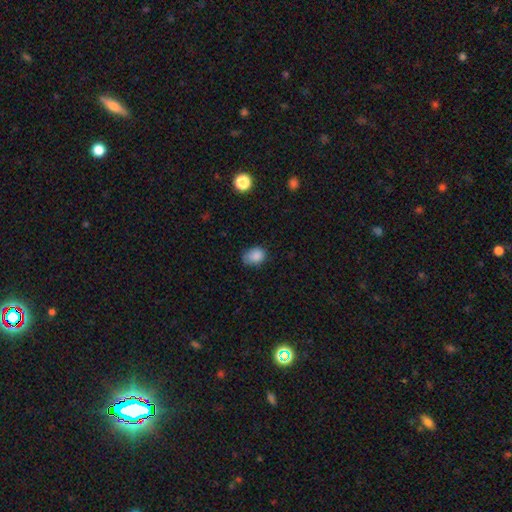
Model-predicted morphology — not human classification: A smooth galaxy with no disk features (85%) that is in between round and cigar-shaped (71%).

Vote fractions:
- Smooth or featured? smooth: 85% / star or artifact: 9% / featured or disk: 5%
- How rounded? in between: 71% / round: 28% / cigar-shaped: 1%
- Merging? none: 61% / minor disturbance: 31% / major disturbance: 6% / merger: 2%